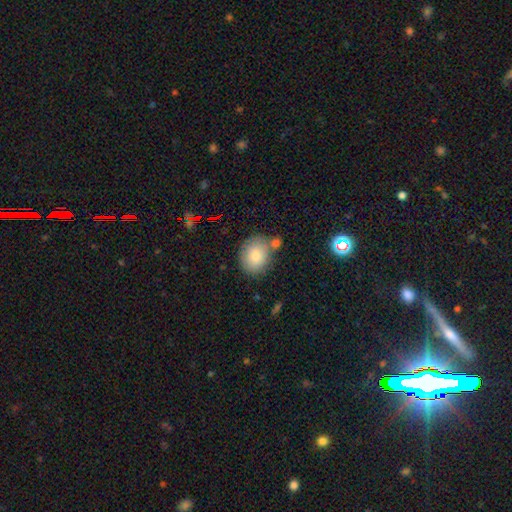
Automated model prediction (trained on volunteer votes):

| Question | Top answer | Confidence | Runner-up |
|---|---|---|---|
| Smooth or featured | smooth | 83% | featured or disk (9%) |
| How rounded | round | 56% | in between (43%) |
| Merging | none | 66% | minor disturbance (15%) |